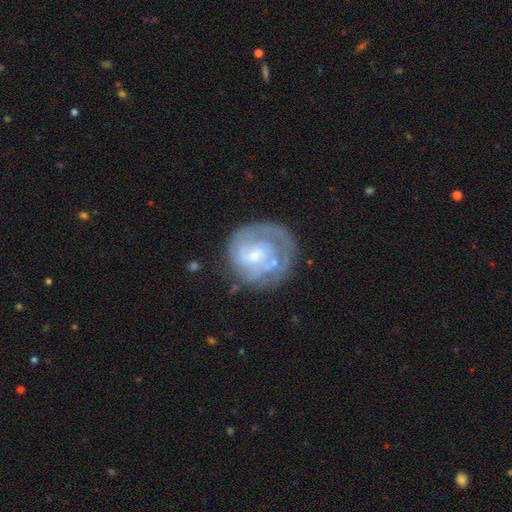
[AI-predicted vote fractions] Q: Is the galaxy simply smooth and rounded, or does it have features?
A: featured or disk — 72%.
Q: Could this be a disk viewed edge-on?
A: no — 98%.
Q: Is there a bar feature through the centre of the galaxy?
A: no — 59%.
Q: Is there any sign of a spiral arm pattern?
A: yes — 79%.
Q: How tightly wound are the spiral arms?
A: tight — 60%.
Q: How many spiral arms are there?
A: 1 — 32%.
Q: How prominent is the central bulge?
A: small — 51%.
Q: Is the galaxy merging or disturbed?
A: none — 64%.